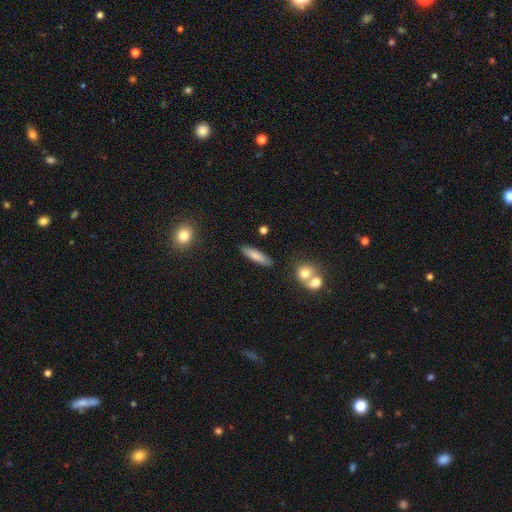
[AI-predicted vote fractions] The model was most divided on "how rounded": cigar-shaped: 73%, in between: 25%, round: 2%. More confident: merging — none (85%); smooth or featured — smooth (77%).